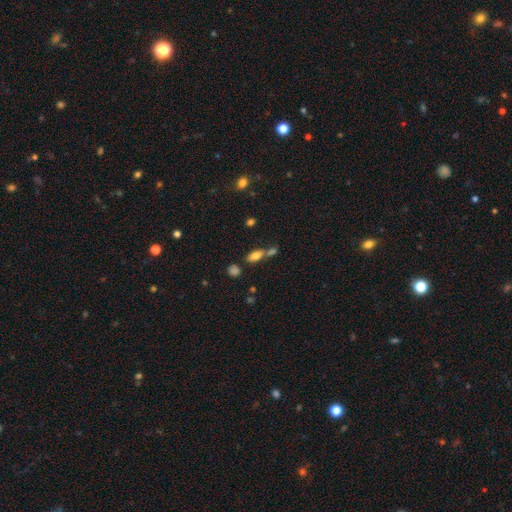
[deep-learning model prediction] Smooth or featured: smooth — 73% (featured or disk — 16%)
How rounded: in between — 79% (cigar-shaped — 16%)
Merging: none — 52% (merger — 30%)